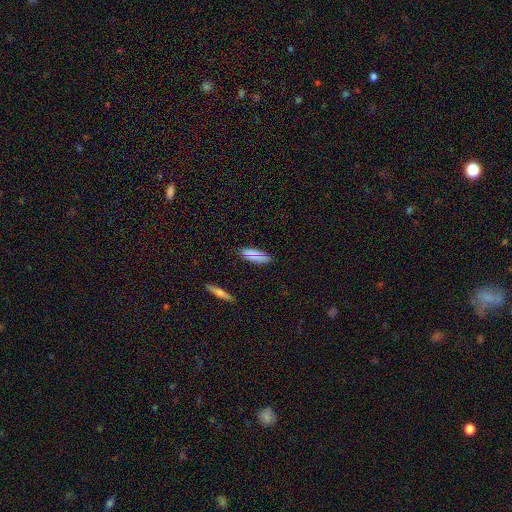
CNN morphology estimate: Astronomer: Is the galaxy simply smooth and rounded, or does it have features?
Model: smooth — 73%.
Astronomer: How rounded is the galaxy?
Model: in between — 62%.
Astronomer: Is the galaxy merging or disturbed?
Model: none — 84%.